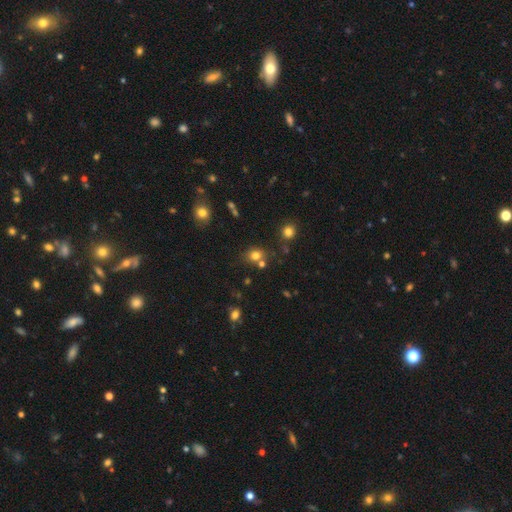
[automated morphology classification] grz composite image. It shows a smooth galaxy with no disk features (75%) that is round (68%). Merging: none (66%).